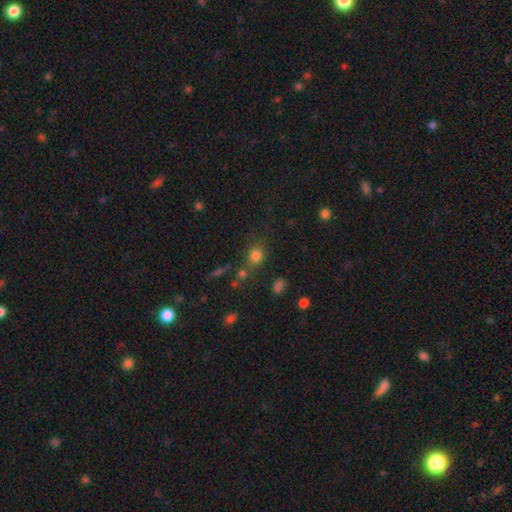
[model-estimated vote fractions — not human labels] The model was most divided on "merging": none: 66%, merger: 15%, minor disturbance: 12%, major disturbance: 6%. More confident: how rounded — round (78%); smooth or featured — smooth (76%).